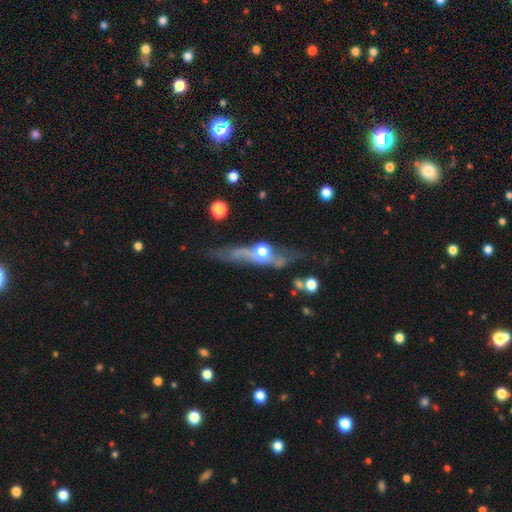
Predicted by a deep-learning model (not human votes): A featured or disk galaxy (68%) viewed edge-on (85%) with a rounded central bulge (91%). Merging: none (61%).